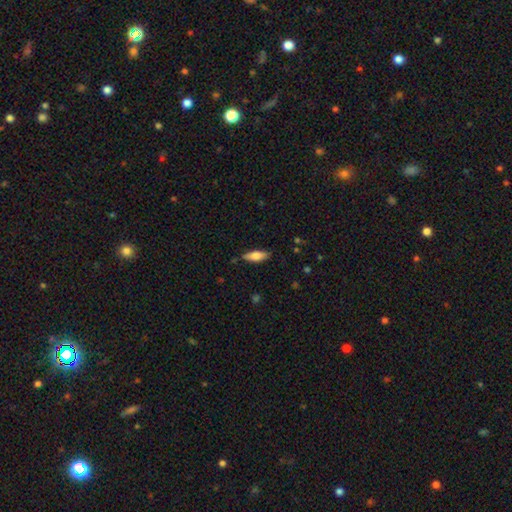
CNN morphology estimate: Q: Smooth or featured?
A: smooth (68%); runner-up: featured or disk (26%)
Q: How rounded?
A: in between (57%); runner-up: cigar-shaped (41%)
Q: Merging?
A: none (84%); runner-up: minor disturbance (13%)